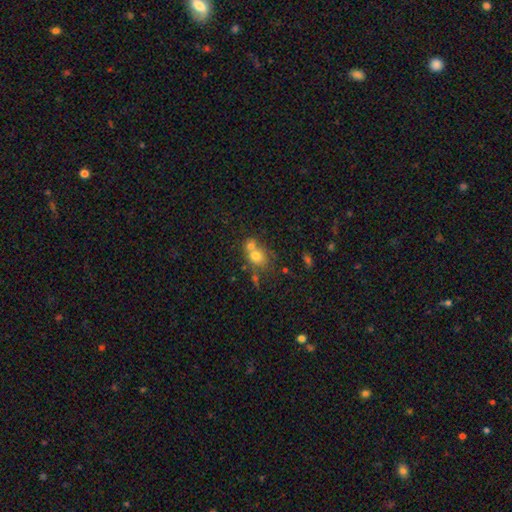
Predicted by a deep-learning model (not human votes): Overall: smooth (71%). How rounded: round (67%; in between 32%). Merging: merger (53%; none 34%).